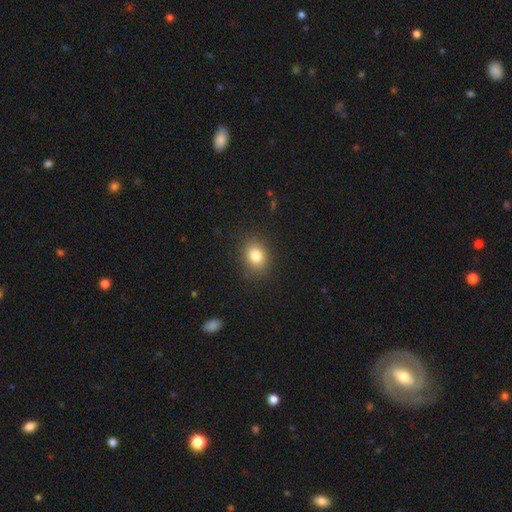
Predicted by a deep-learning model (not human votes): Smooth or featured? Predicted: smooth (p=0.81). How rounded? Predicted: round (p=0.51). Merging? Predicted: none (p=0.87).